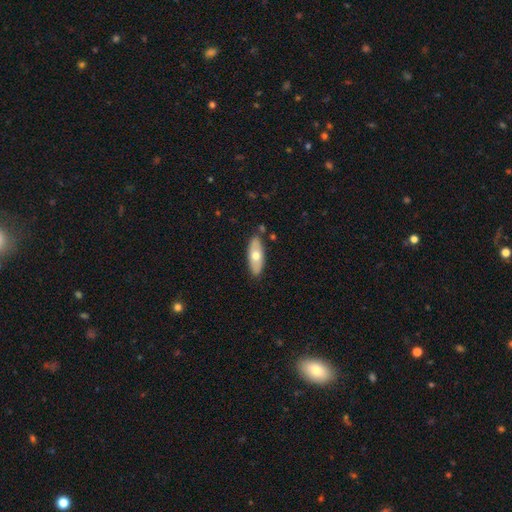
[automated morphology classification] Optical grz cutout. It shows a smooth galaxy with no disk features (60%) that is in between round and cigar-shaped (75%). Merging: none (83%).